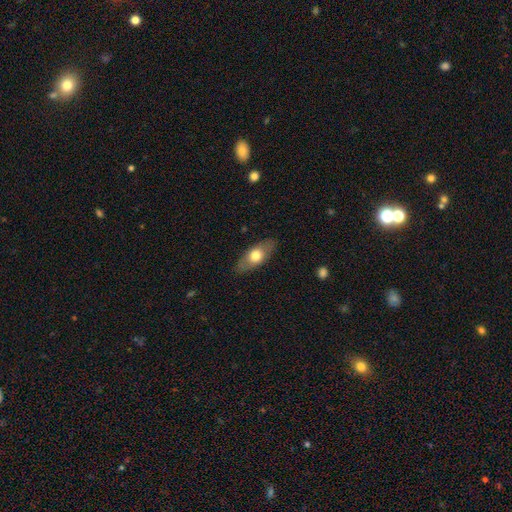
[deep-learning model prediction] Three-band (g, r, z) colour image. It shows a smooth galaxy with no disk features (62%) that is in between round and cigar-shaped (79%). Merging: none (86%).